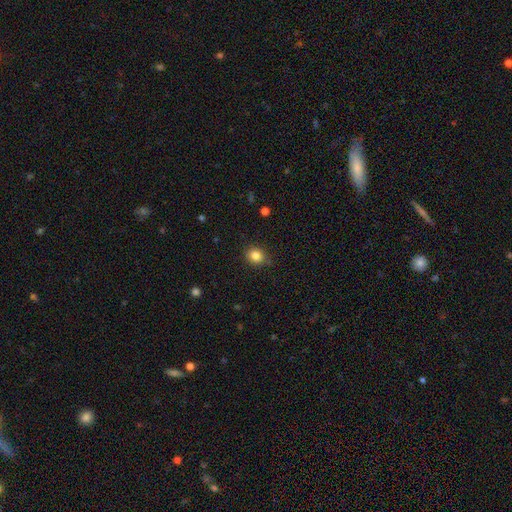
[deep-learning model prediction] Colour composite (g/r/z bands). It shows a smooth galaxy with no disk features (84%) that is round (69%). Merging: none (85%).